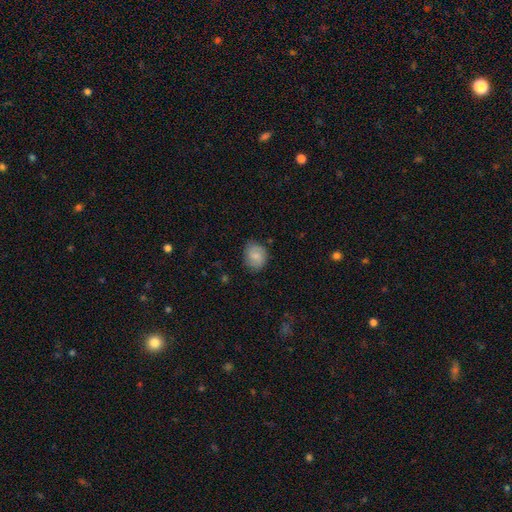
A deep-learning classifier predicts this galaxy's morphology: Overall: smooth (76%). How rounded: round (60%; in between 39%). Merging: none (77%).